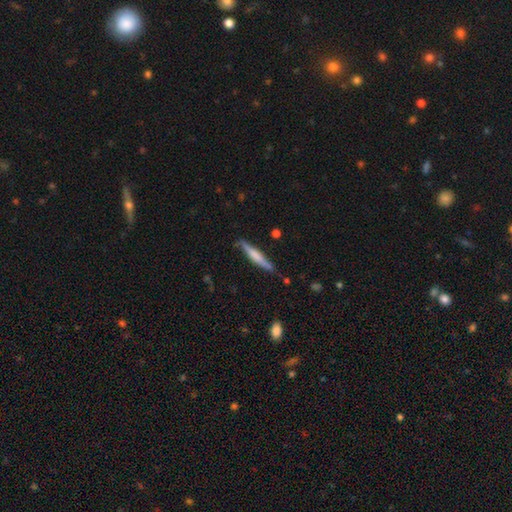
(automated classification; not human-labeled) Smooth or featured? smooth (53%)
How rounded? cigar-shaped (92%)
Merging? none (79%)